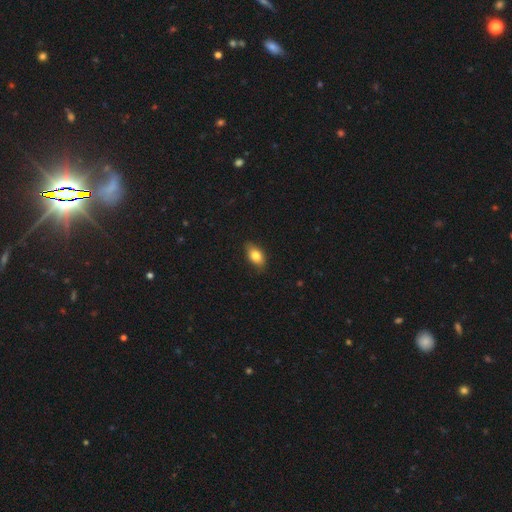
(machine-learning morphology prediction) Smooth or featured: smooth — 82% (featured or disk — 11%)
How rounded: in between — 88% (round — 9%)
Merging: none — 83% (minor disturbance — 14%)